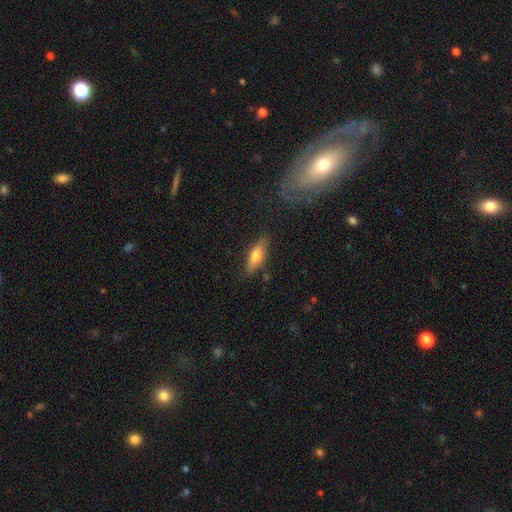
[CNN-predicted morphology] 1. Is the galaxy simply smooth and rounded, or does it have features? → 64% smooth, 29% featured or disk, 7% star or artifact.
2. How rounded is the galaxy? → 54% in between, 43% cigar-shaped, 3% round.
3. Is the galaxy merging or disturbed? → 79% none, 15% minor disturbance, 3% major disturbance, 2% merger.